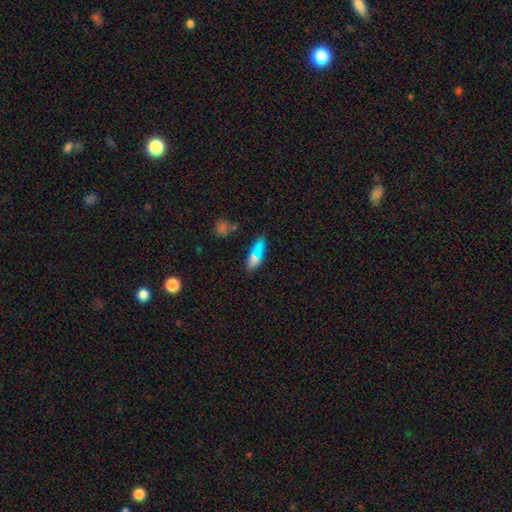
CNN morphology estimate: This is likely a smooth galaxy (70%). How rounded: likely in between (61%). Merging: likely none (73%).